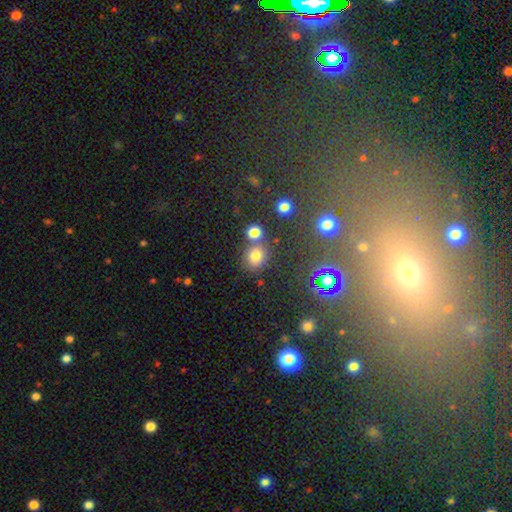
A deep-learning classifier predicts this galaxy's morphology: smooth 74%, star or artifact 18%, featured or disk 8%. Down the decision tree: how rounded — round (73%); merging — none (63%).